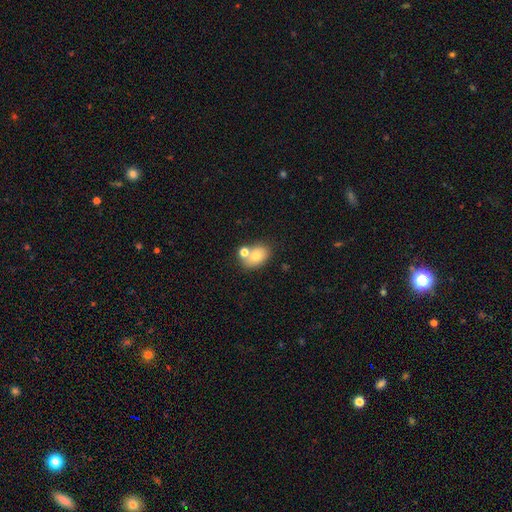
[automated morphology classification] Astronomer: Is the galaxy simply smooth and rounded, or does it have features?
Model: smooth — 73%.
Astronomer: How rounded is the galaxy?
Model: in between — 66%.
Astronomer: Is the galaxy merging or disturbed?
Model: none — 55%.